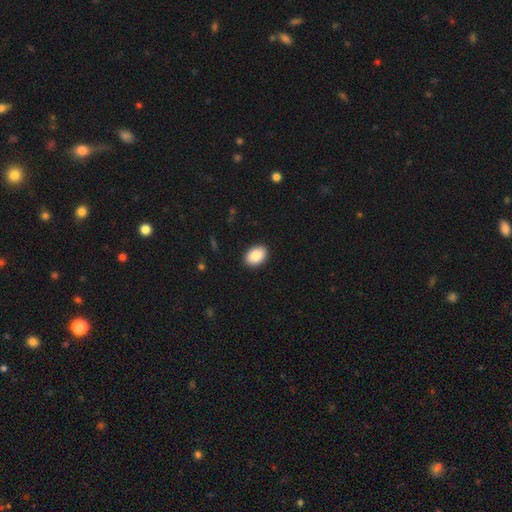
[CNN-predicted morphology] smooth 88%, star or artifact 7%, featured or disk 6%. Down the decision tree: how rounded — in between (80%); merging — none (91%).